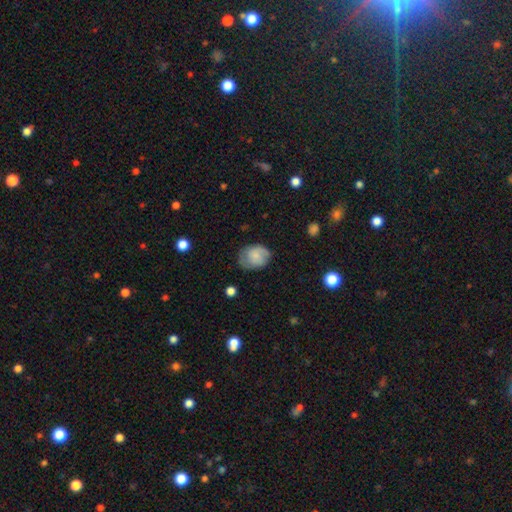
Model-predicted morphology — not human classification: Smooth or featured? smooth (69%)
How rounded? in between (58%)
Merging? none (67%)